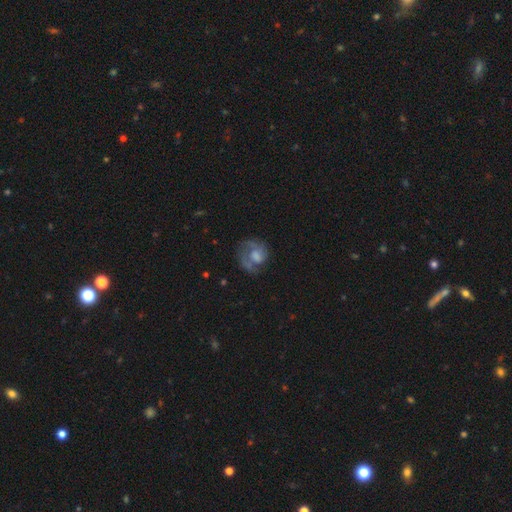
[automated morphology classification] type=featured or disk (60%); edge-on=no (98%); bar=no (65%); spiral arms=yes (78%); bulge=moderate (32%); merging=none (50%).